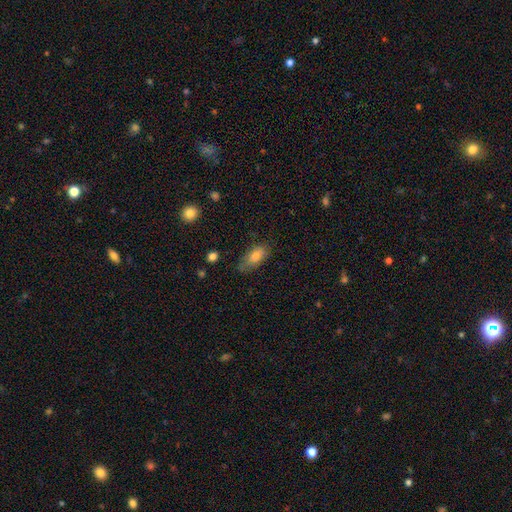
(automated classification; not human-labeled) Smooth or featured: smooth — 79% (featured or disk — 13%)
How rounded: in between — 86% (cigar-shaped — 11%)
Merging: none — 67% (minor disturbance — 25%)